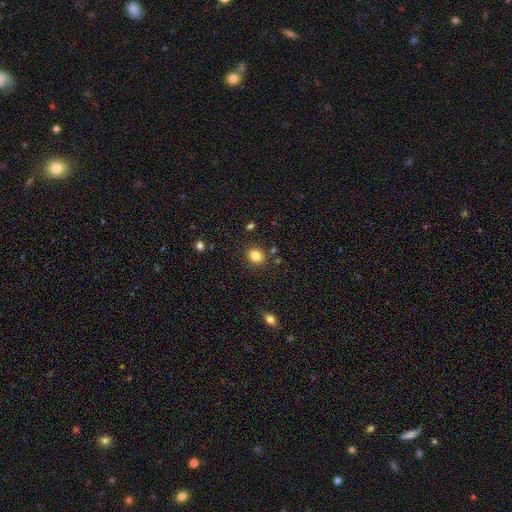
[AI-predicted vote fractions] Smooth or featured? Predicted: smooth (p=0.82). How rounded? Predicted: round (p=0.68). Merging? Predicted: none (p=0.85).